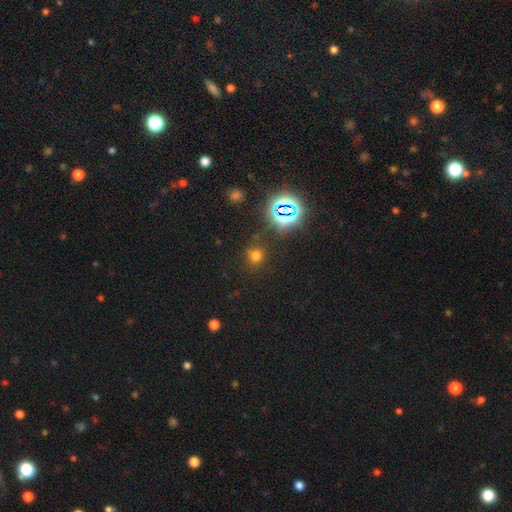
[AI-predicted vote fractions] Overall: smooth (63%; star or artifact 31%). How rounded: round (82%). Merging: none (79%).